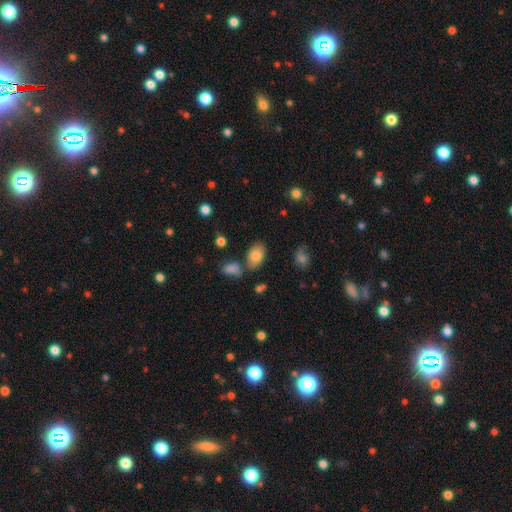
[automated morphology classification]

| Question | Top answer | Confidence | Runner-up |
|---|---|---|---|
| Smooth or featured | smooth | 82% | featured or disk (9%) |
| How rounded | in between | 91% | round (7%) |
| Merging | none | 71% | minor disturbance (14%) |